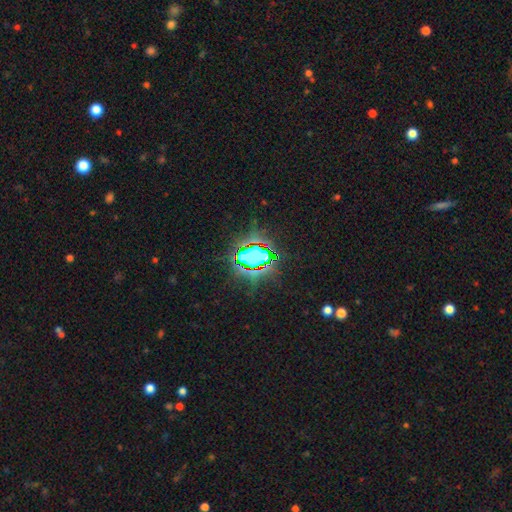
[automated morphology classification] type=star or artifact (67%).